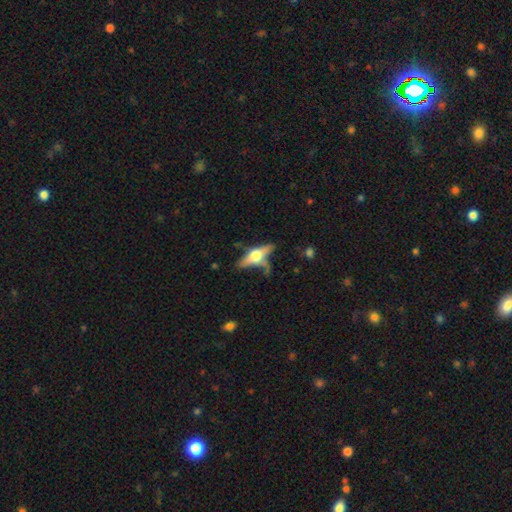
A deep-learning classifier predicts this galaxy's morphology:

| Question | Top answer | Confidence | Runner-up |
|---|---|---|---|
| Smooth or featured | featured or disk | 61% | smooth (31%) |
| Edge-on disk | yes | 85% | no (15%) |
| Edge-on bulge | rounded | 94% | boxy (4%) |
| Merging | none | 52% | minor disturbance (20%) |